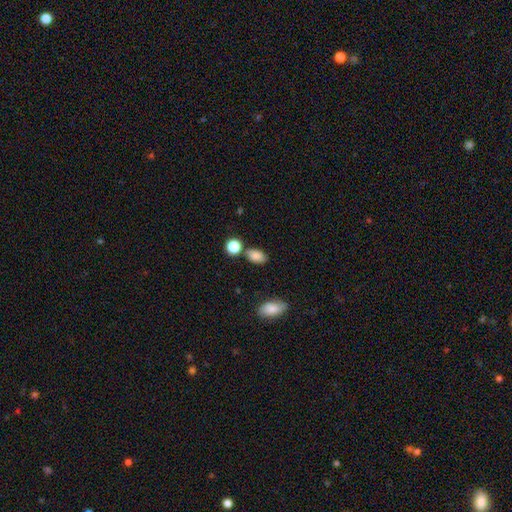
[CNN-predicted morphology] Smooth or featured: smooth — 85% (star or artifact — 10%)
How rounded: in between — 85% (round — 12%)
Merging: none — 72% (minor disturbance — 14%)